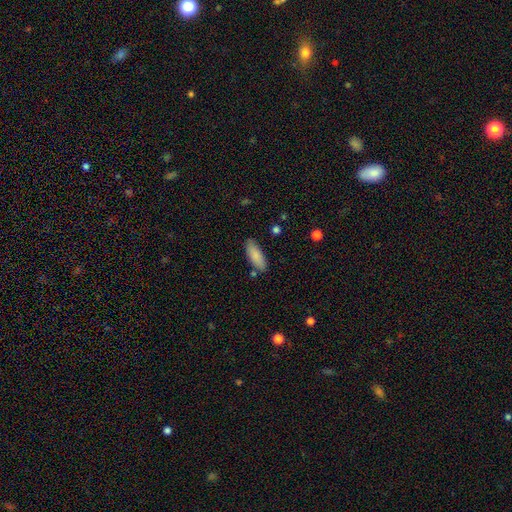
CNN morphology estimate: type=smooth (86%); roundness=in between (70%); merging=none (82%).